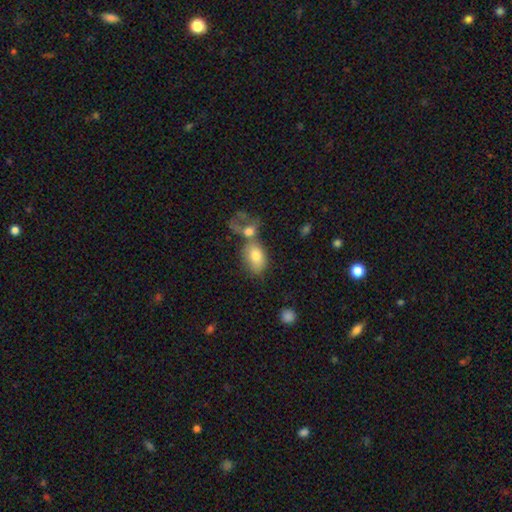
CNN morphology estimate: Q: Smooth or featured?
A: smooth (74%); runner-up: featured or disk (18%)
Q: How rounded?
A: in between (81%); runner-up: round (17%)
Q: Merging?
A: merger (48%); runner-up: none (31%)